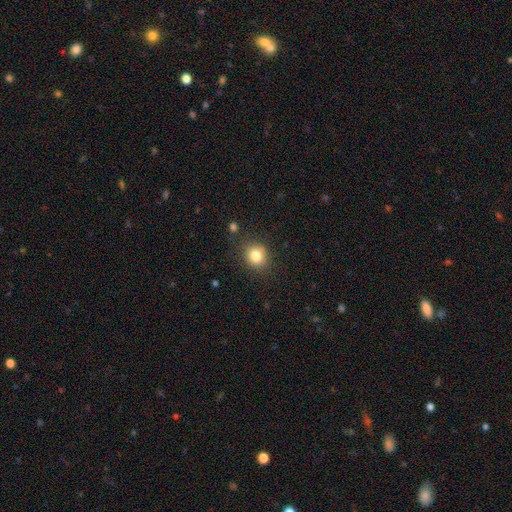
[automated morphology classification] Smooth or featured?
  - smooth: 82% *
  - star or artifact: 11%
  - featured or disk: 7%
How rounded?
  - round: 76% *
  - in between: 23%
  - cigar-shaped: 1%
Merging?
  - none: 83% *
  - minor disturbance: 11%
  - major disturbance: 3%
  - merger: 3%